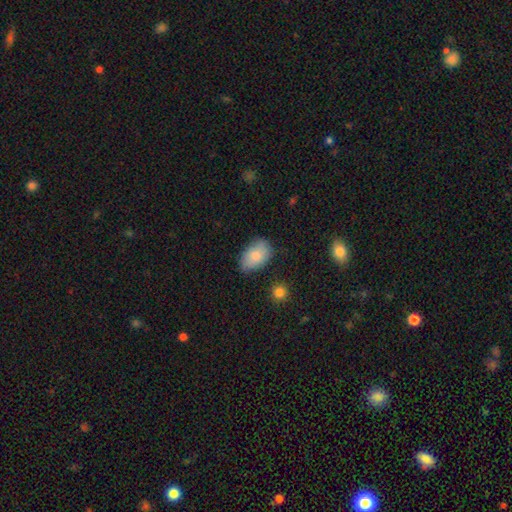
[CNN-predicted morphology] smooth 82%, featured or disk 12%, star or artifact 7%. Down the decision tree: how rounded — in between (90%); merging — none (74%).